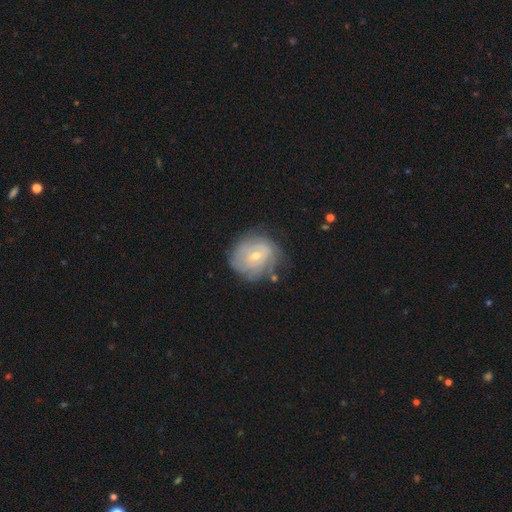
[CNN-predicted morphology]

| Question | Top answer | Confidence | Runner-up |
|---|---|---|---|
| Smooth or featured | featured or disk | 70% | smooth (23%) |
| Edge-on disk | no | 97% | yes (3%) |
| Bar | no | 49% | weak (42%) |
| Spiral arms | yes | 78% | no (22%) |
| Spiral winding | tight | 72% | medium (20%) |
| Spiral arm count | can't tell | 56% | 2 (19%) |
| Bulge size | small | 55% | moderate (42%) |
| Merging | none | 65% | minor disturbance (22%) |